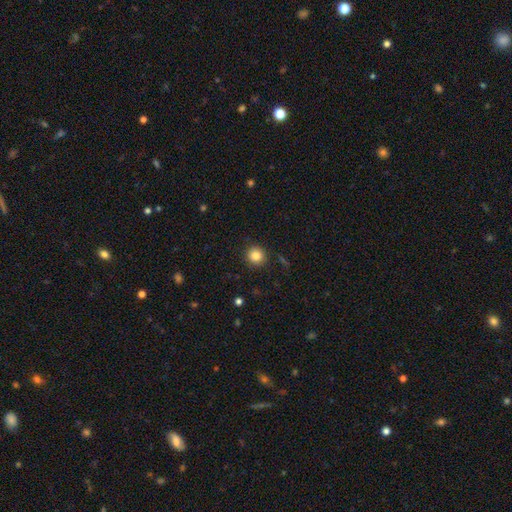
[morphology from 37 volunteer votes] Smooth or featured?
  - smooth: 92% *
  - featured or disk: 8%
  - star or artifact: 0%
How rounded?
  - round: 100% *
  - in between: 0%
  - cigar-shaped: 0%
Merging?
  - none: 89% *
  - minor disturbance: 11%
  - major disturbance: 0%
  - merger: 0%